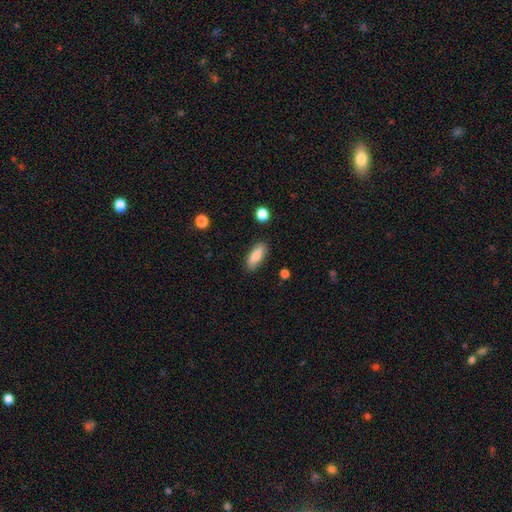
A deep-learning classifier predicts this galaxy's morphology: A smooth galaxy with no disk features (80%) that is in between round and cigar-shaped (73%). Merging: none (86%).